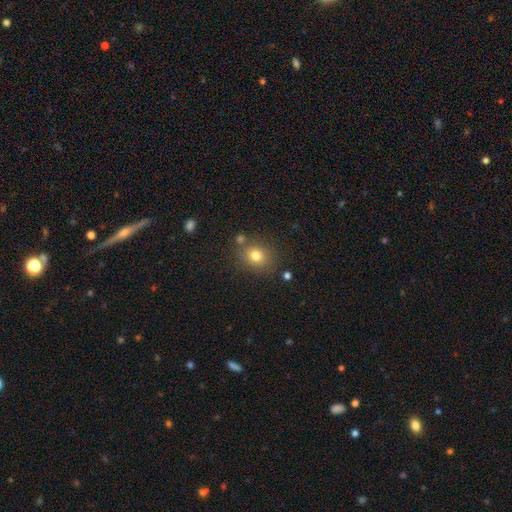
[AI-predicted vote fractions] smooth_or_featured: smooth (p=0.77) [alt: star or artifact p=0.13]
how_rounded: round (p=0.71) [alt: in between p=0.28]
merging: none (p=0.75) [alt: minor disturbance p=0.12]